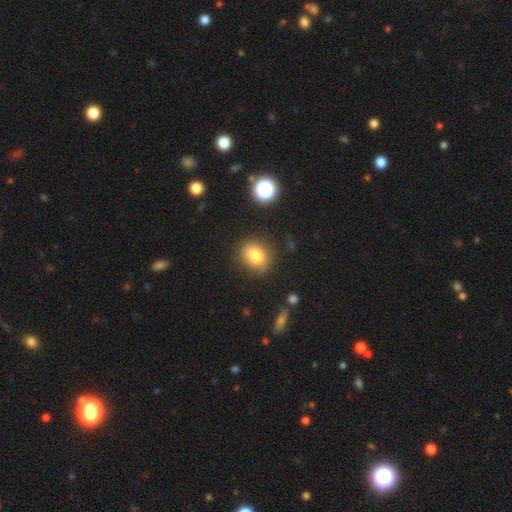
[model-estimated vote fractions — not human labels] This appears to be a smooth galaxy with no disk features (77%) that is in between round and cigar-shaped (50%). Merging: none (64%).